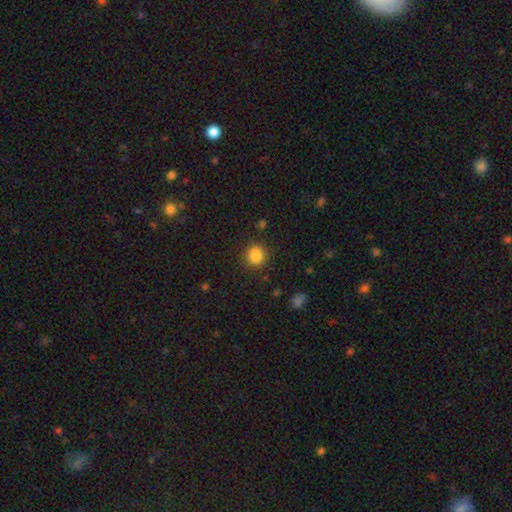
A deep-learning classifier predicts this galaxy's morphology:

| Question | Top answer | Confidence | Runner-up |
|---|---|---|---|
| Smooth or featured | smooth | 84% | star or artifact (11%) |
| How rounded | round | 82% | in between (17%) |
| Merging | none | 82% | minor disturbance (11%) |